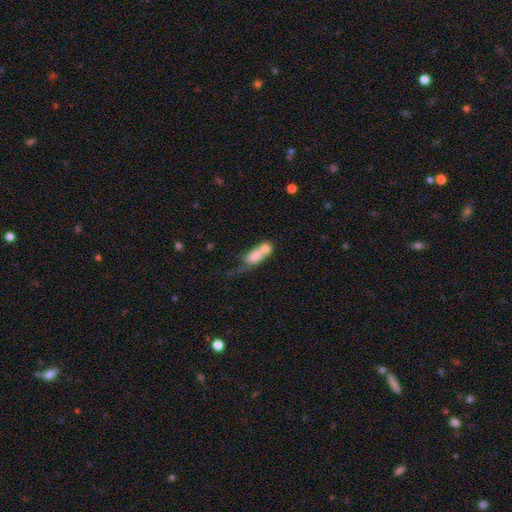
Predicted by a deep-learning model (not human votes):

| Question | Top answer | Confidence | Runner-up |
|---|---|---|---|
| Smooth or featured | smooth | 68% | featured or disk (23%) |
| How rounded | in between | 67% | cigar-shaped (25%) |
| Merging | merger | 59% | none (17%) |